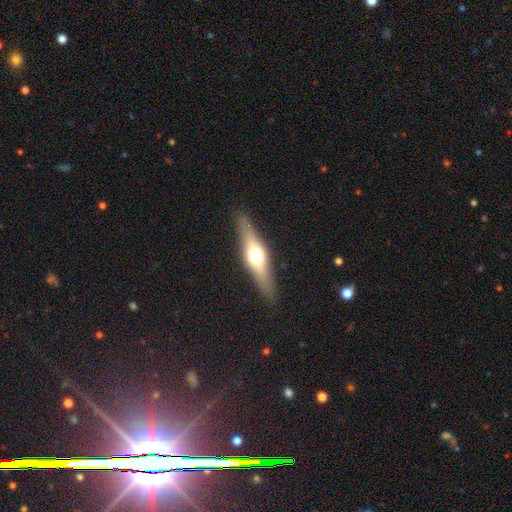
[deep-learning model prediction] The model was most divided on "smooth or featured": featured or disk: 58%, smooth: 36%, star or artifact: 6%. More confident: edge-on bulge — rounded (93%); edge-on disk — yes (93%); merging — none (88%).